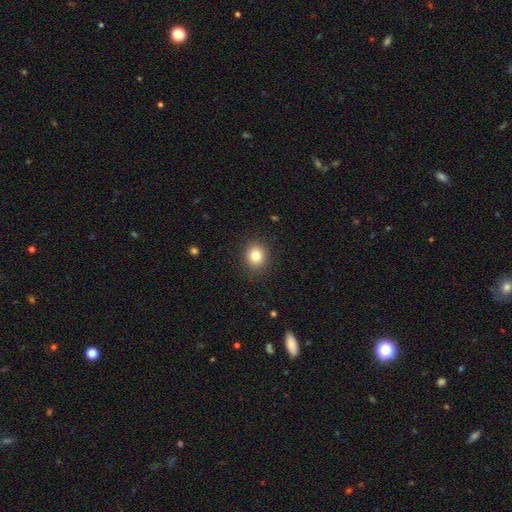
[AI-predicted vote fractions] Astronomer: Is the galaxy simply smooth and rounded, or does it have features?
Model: smooth — 82%.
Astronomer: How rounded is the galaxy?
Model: round — 75%.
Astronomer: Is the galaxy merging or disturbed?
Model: none — 89%.